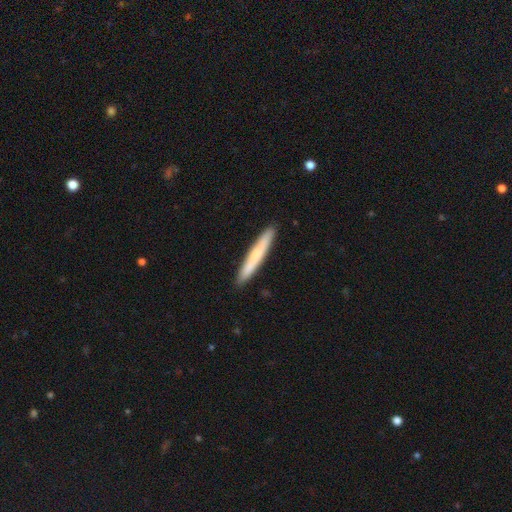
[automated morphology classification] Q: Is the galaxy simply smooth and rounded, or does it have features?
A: smooth — 67%.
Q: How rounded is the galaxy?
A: cigar-shaped — 96%.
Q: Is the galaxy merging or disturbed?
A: none — 91%.